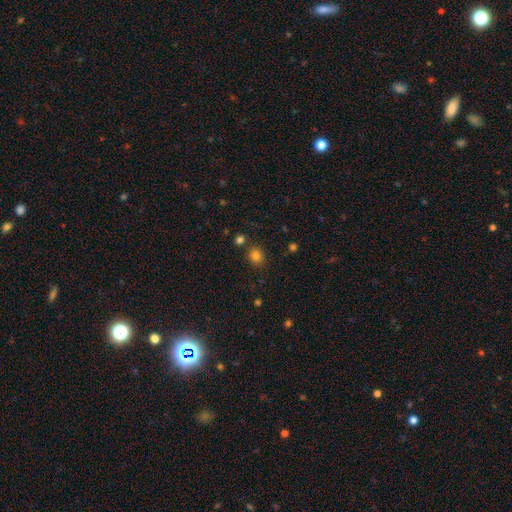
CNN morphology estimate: Overall: smooth (81%). How rounded: round (72%). Merging: none (82%).